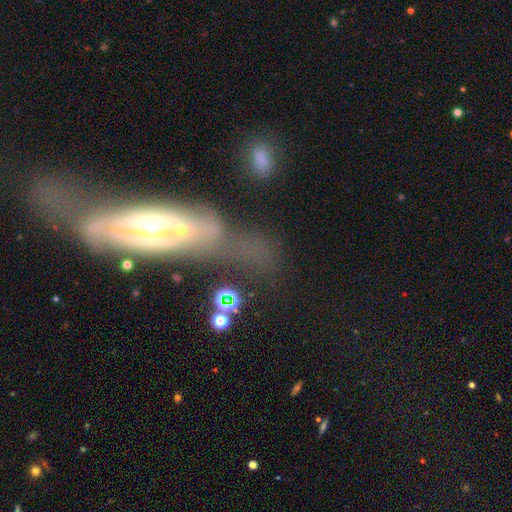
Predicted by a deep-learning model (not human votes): Smooth or featured: featured or disk — 64% (smooth — 21%)
Edge-on disk: no — 59% (yes — 41%)
Merging: none — 52% (minor disturbance — 22%)